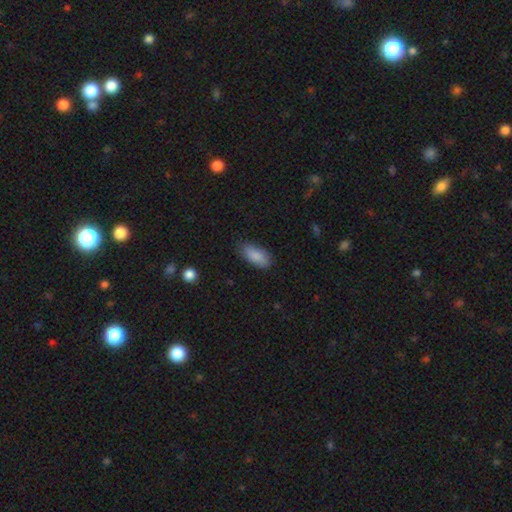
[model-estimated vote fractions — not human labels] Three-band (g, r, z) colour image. It shows a smooth galaxy with no disk features (87%) that is in between round and cigar-shaped (87%). Merging: none (80%).